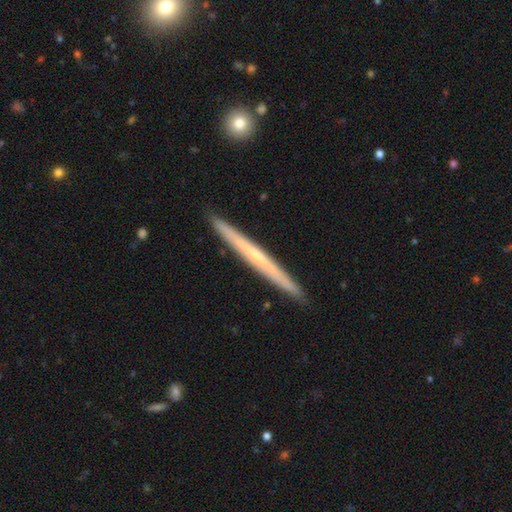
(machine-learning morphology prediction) Smooth or featured?
  - featured or disk: 66% *
  - smooth: 29%
  - star or artifact: 5%
Edge-on disk?
  - yes: 97% *
  - no: 3%
Edge-on bulge?
  - none: 60% *
  - rounded: 37%
  - boxy: 3%
Merging?
  - none: 92% *
  - minor disturbance: 6%
  - merger: 1%
  - major disturbance: 1%